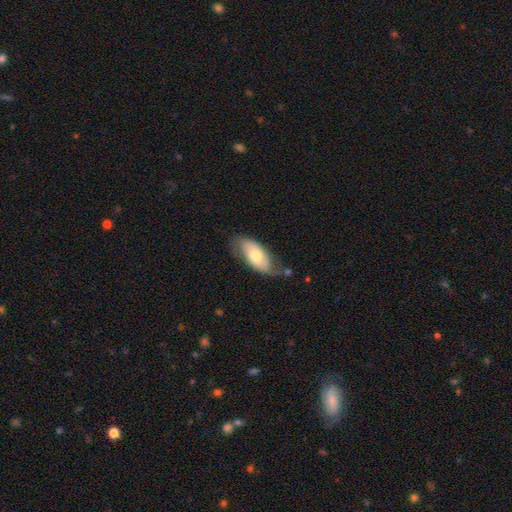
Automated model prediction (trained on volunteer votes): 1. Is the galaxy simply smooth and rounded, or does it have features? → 56% smooth, 38% featured or disk, 6% star or artifact.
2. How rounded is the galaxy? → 90% in between, 7% cigar-shaped, 3% round.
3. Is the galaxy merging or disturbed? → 57% none, 29% minor disturbance, 11% major disturbance, 3% merger.